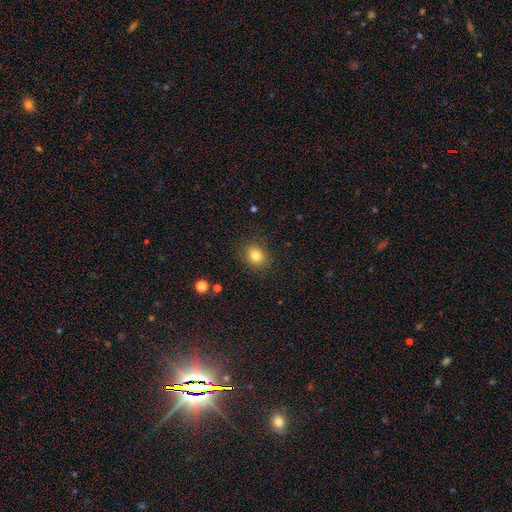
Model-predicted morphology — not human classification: Smooth or featured?
  - smooth: 81% *
  - star or artifact: 12%
  - featured or disk: 7%
How rounded?
  - round: 74% *
  - in between: 25%
  - cigar-shaped: 1%
Merging?
  - none: 87% *
  - minor disturbance: 9%
  - major disturbance: 3%
  - merger: 1%